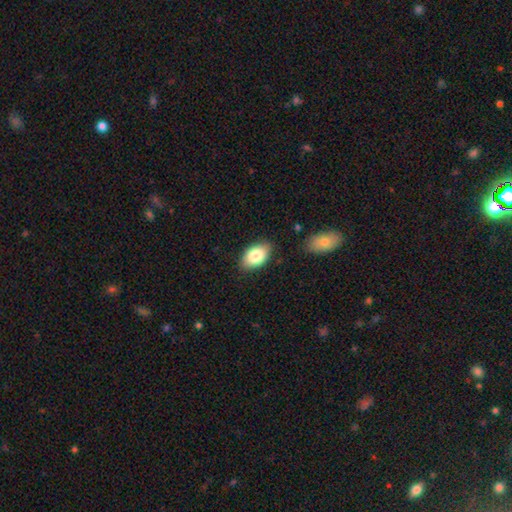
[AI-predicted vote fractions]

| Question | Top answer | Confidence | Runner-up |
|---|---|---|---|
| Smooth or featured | smooth | 83% | featured or disk (10%) |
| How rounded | in between | 91% | round (8%) |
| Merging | none | 83% | minor disturbance (13%) |